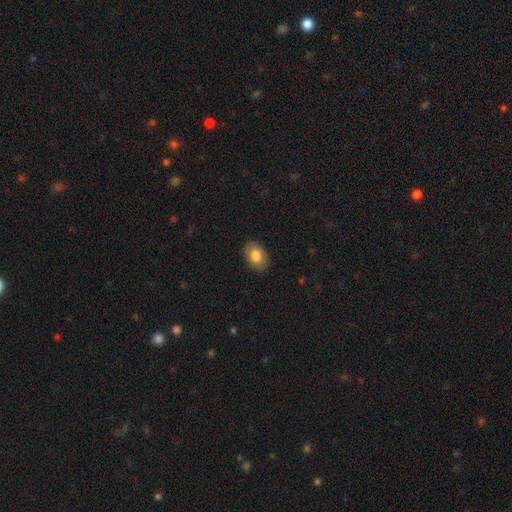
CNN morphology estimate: This appears to be a smooth galaxy with no disk features (82%) that is in between round and cigar-shaped (83%). Merging: none (88%).